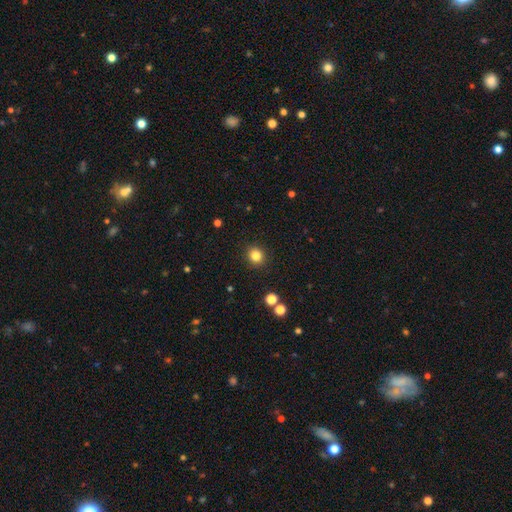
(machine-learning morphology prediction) Smooth or featured? smooth (84%)
How rounded? round (85%)
Merging? none (91%)